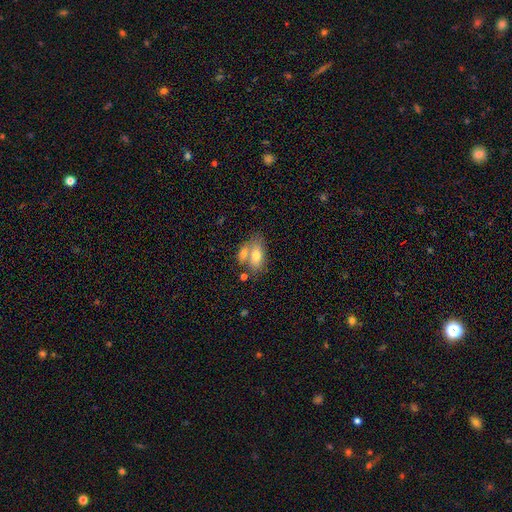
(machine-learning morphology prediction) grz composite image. It shows a smooth galaxy with no disk features (72%) that is in between round and cigar-shaped (87%). Merging: merger (44%).